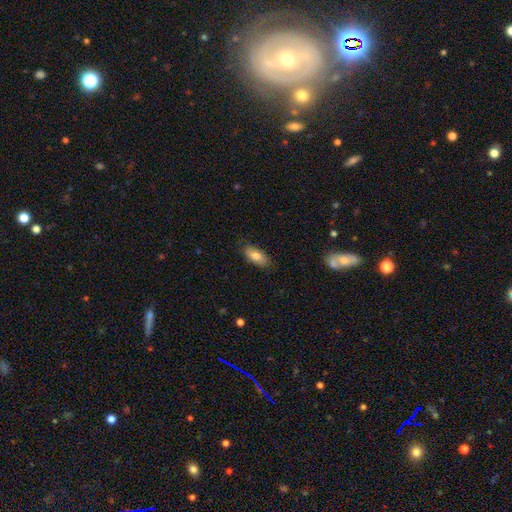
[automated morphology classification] This is likely a smooth galaxy (79%). How rounded: clearly in between (85%). Merging: clearly none (85%).